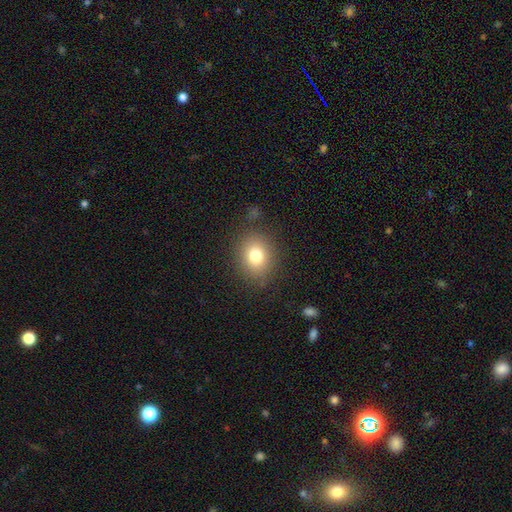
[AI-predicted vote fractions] This appears to be a smooth galaxy with no disk features (78%) that is round (64%). Merging: none (84%).